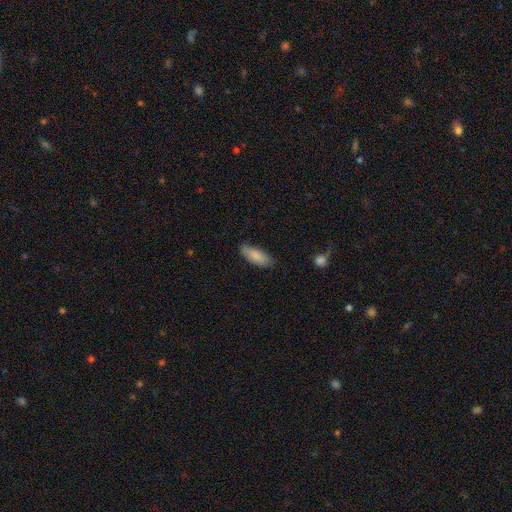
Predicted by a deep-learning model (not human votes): Smooth or featured? smooth (87%)
How rounded? in between (75%)
Merging? none (82%)